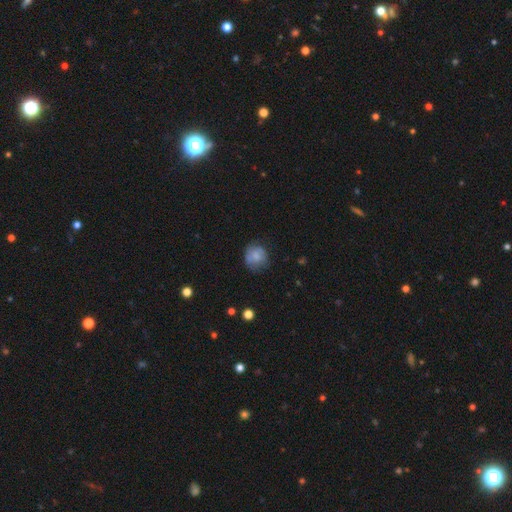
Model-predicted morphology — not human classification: A smooth galaxy with no disk features (69%) that is round (79%).

Vote fractions:
- Smooth or featured? smooth: 69% / featured or disk: 22% / star or artifact: 9%
- How rounded? round: 79% / in between: 20% / cigar-shaped: 1%
- Merging? none: 61% / minor disturbance: 26% / major disturbance: 10% / merger: 3%